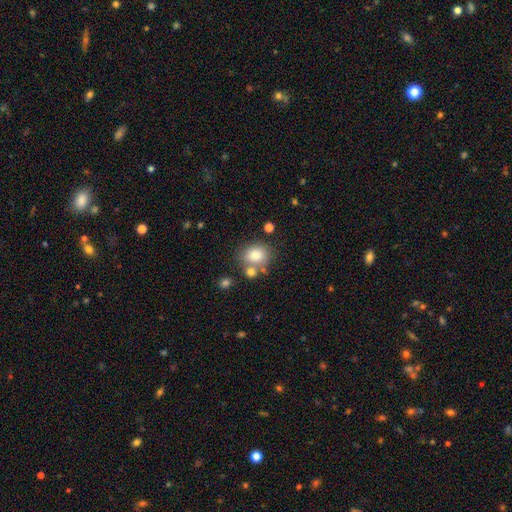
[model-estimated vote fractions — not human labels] Overall: smooth (79%). How rounded: round (68%; in between 31%). Merging: none (64%).